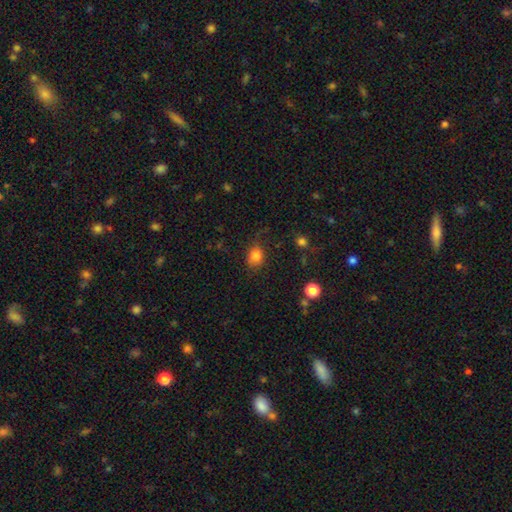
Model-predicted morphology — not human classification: type=smooth (82%); roundness=round (50%); merging=none (68%).